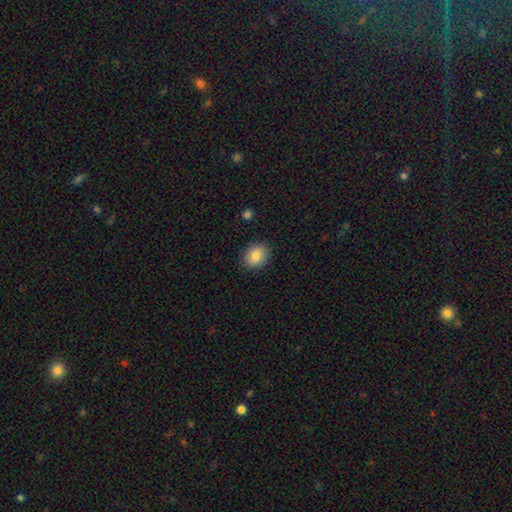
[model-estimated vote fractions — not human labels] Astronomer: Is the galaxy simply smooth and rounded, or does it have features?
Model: smooth — 84%.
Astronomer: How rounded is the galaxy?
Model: in between — 59% (runner-up: round, 40%).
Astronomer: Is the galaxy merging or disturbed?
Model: none — 88%.